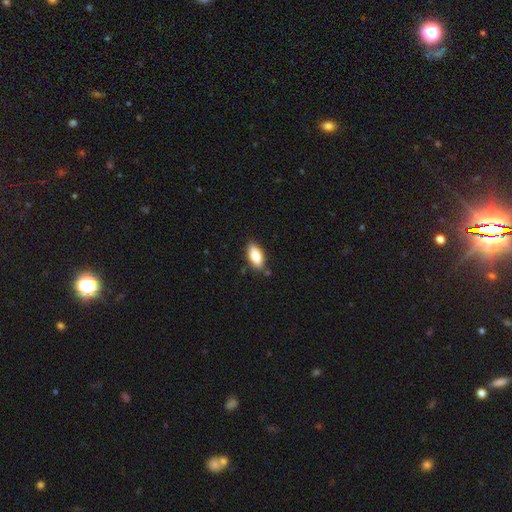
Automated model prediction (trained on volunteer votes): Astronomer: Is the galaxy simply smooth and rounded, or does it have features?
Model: smooth — 82%.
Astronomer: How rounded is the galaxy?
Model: in between — 86%.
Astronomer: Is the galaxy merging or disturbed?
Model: none — 84%.